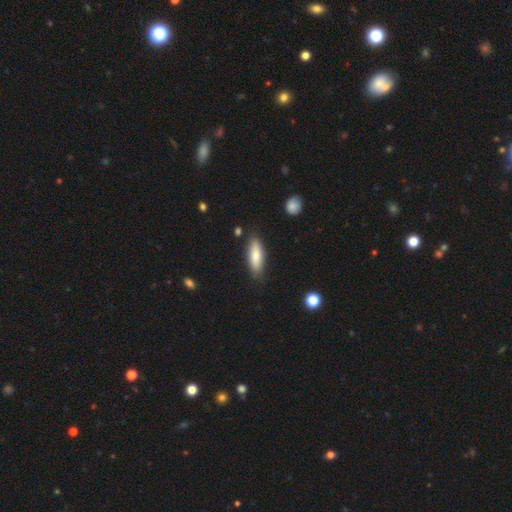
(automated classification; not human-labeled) Smooth or featured? smooth (79%)
How rounded? in between (54%)
Merging? none (82%)